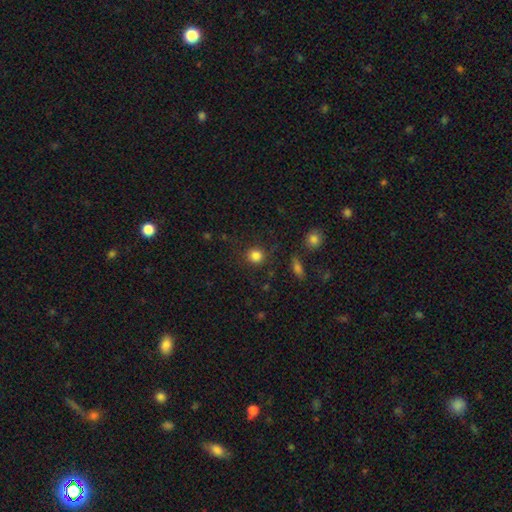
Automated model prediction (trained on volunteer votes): This is clearly a smooth galaxy (84%). How rounded: clearly round (92%). Merging: clearly none (86%).